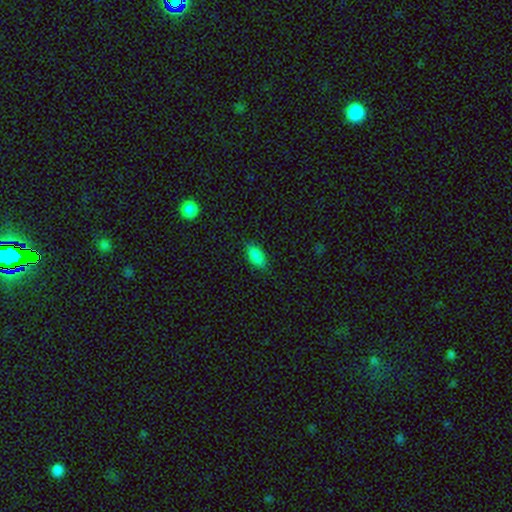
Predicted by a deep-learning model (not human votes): smooth_or_featured: smooth (p=0.87) [alt: star or artifact p=0.08]
how_rounded: in between (p=0.88) [alt: cigar-shaped p=0.09]
merging: none (p=0.84) [alt: minor disturbance p=0.12]